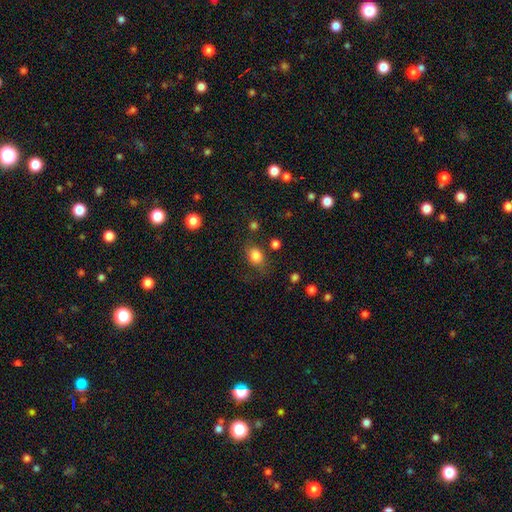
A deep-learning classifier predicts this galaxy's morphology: A smooth galaxy with no disk features (83%) that is in between round and cigar-shaped (55%). Merging: none (67%).